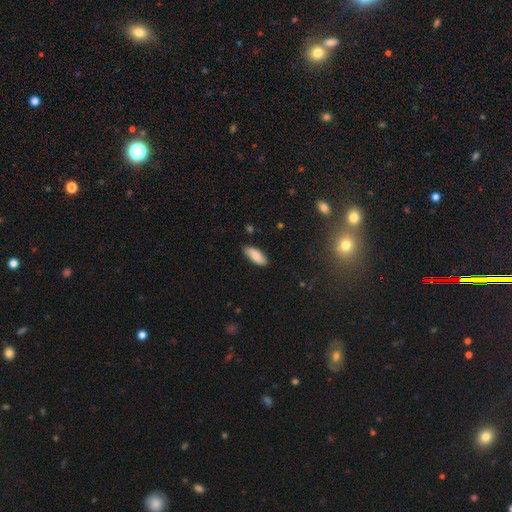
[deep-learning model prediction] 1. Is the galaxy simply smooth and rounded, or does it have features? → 84% smooth, 9% featured or disk, 6% star or artifact.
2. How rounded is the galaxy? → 78% in between, 21% cigar-shaped, 2% round.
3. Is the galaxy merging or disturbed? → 83% none, 14% minor disturbance, 2% major disturbance, 1% merger.